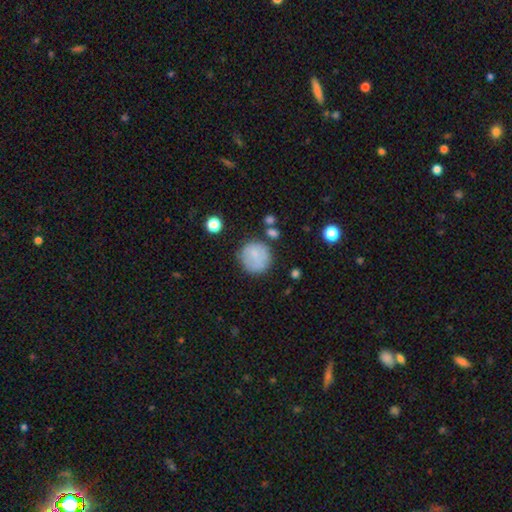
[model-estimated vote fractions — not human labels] This is likely a smooth galaxy (80%). How rounded: clearly round (92%). Merging: likely none (72%).